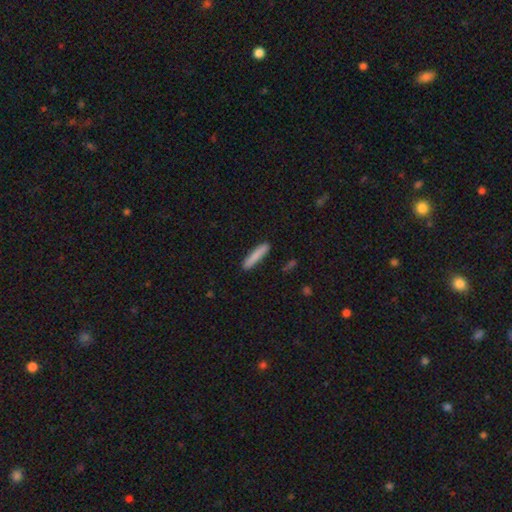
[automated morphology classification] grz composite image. It shows a smooth galaxy with no disk features (84%) that is cigar-shaped (91%). Merging: none (90%).